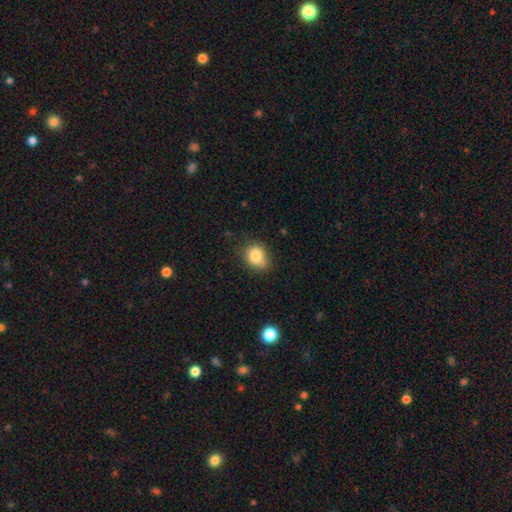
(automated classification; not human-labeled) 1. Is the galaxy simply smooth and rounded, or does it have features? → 84% smooth, 9% star or artifact, 7% featured or disk.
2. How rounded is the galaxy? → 57% round, 42% in between, 1% cigar-shaped.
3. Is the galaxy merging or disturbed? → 63% none, 27% minor disturbance, 6% major disturbance, 4% merger.